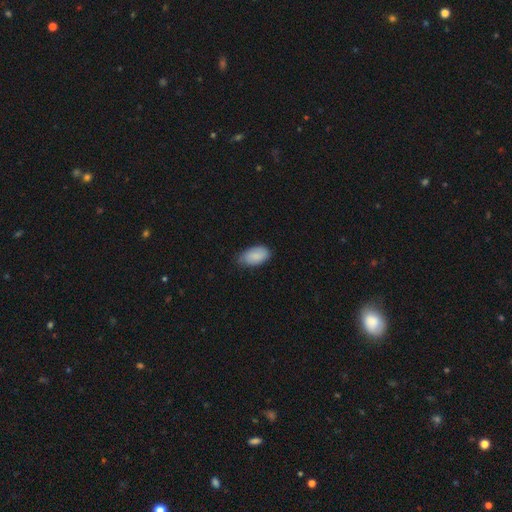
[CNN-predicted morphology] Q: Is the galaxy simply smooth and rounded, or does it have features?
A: smooth — 86%.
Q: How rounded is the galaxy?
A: in between — 95%.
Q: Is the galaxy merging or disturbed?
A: none — 66%.